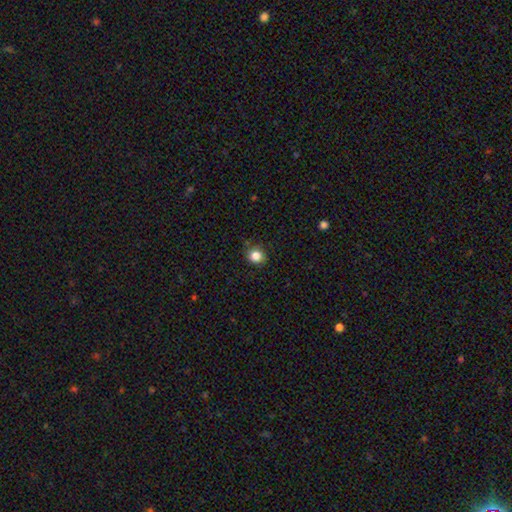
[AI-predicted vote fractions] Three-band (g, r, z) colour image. It shows a smooth galaxy with no disk features (84%) that is round (85%). Merging: none (86%).